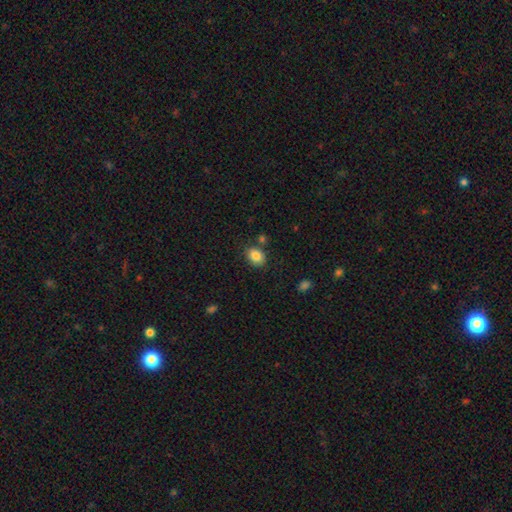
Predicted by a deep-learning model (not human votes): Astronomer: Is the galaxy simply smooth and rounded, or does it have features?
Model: smooth — 85%.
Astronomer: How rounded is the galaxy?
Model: in between — 64%.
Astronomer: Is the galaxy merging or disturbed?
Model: none — 79%.